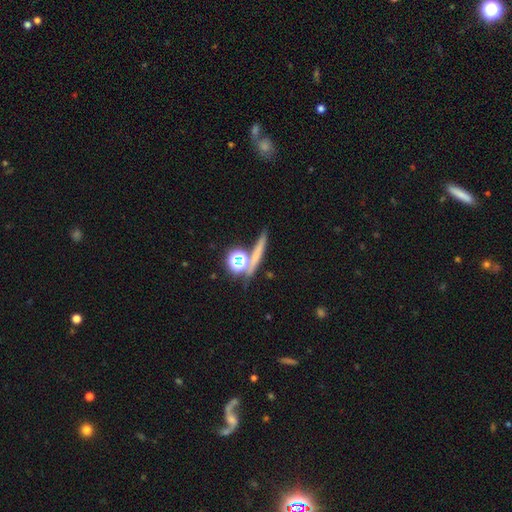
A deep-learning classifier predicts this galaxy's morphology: This is marginally a smooth galaxy (44%). Merging: likely none (73%).